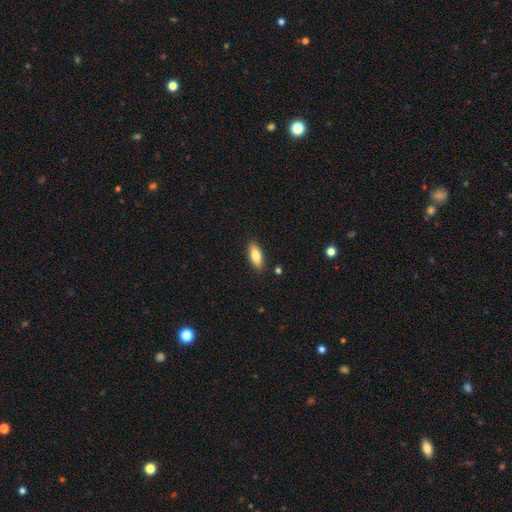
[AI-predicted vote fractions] This is likely a smooth galaxy (77%). How rounded: likely in between (76%). Merging: clearly none (87%).